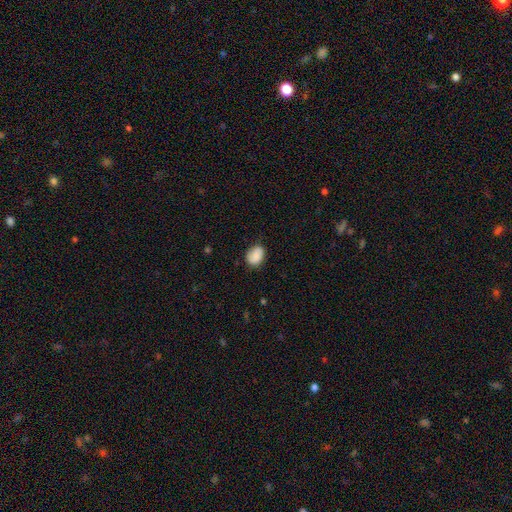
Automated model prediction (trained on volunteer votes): Smooth or featured? Predicted: smooth (p=0.84). How rounded? Predicted: in between (p=0.66). Merging? Predicted: none (p=0.72).